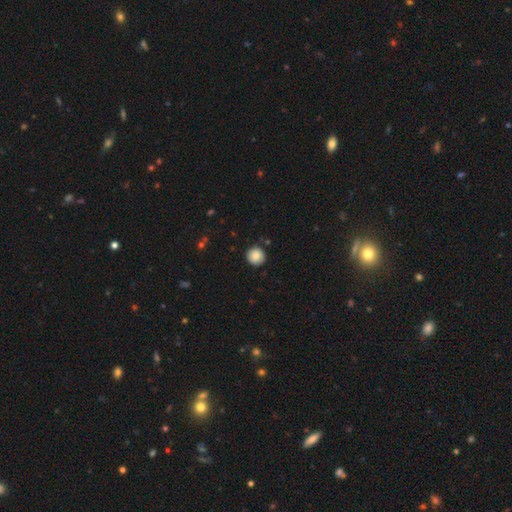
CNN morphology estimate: smooth 85%, star or artifact 8%, featured or disk 7%. Down the decision tree: how rounded — round (93%); merging — none (88%).